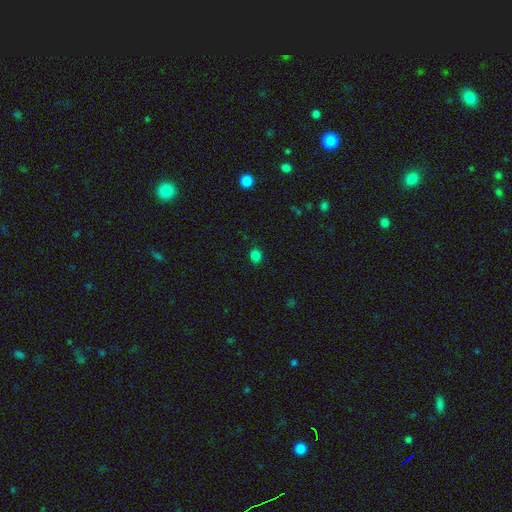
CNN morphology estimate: Q: Smooth or featured?
A: smooth (81%); runner-up: star or artifact (15%)
Q: How rounded?
A: round (58%); runner-up: in between (41%)
Q: Merging?
A: none (88%); runner-up: minor disturbance (9%)